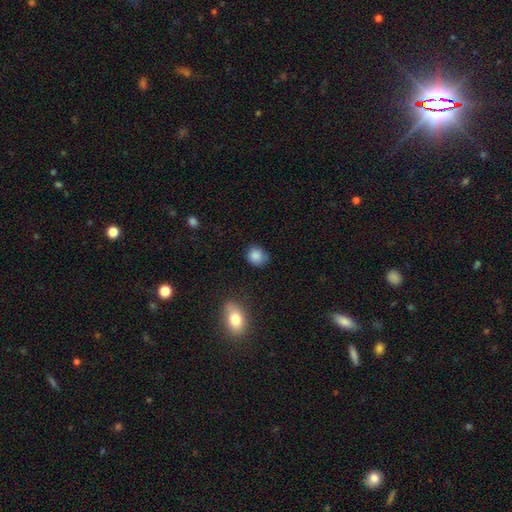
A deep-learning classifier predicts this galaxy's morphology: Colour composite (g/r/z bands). It shows a smooth galaxy with no disk features (86%) that is round (70%). Merging: none (72%).